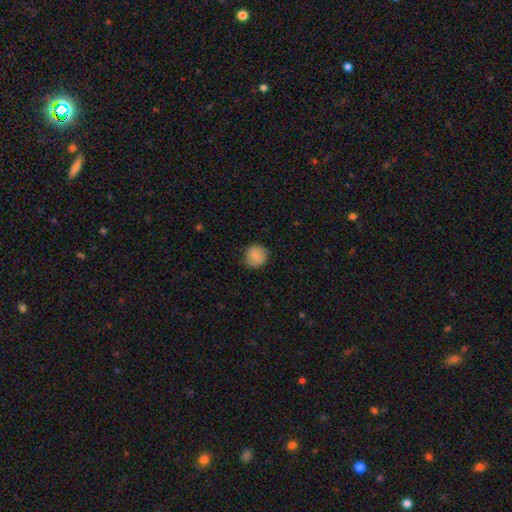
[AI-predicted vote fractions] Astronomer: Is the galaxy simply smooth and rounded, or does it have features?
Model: smooth — 87%.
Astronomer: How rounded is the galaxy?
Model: round — 88%.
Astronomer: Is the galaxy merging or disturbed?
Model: none — 84%.